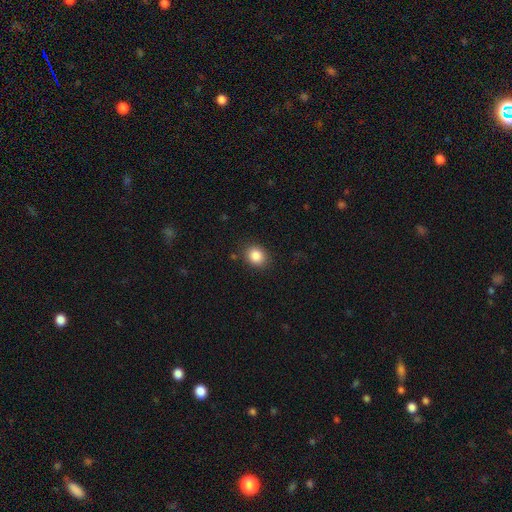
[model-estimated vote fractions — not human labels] The model was most divided on "how rounded": round: 61%, in between: 38%, cigar-shaped: 1%. More confident: merging — none (87%); smooth or featured — smooth (86%).